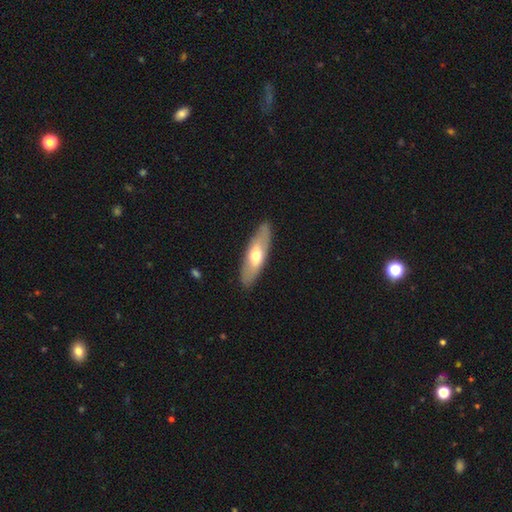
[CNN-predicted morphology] The model was most divided on "how rounded": in between: 54%, cigar-shaped: 43%, round: 2%. More confident: merging — none (87%); smooth or featured — smooth (53%).